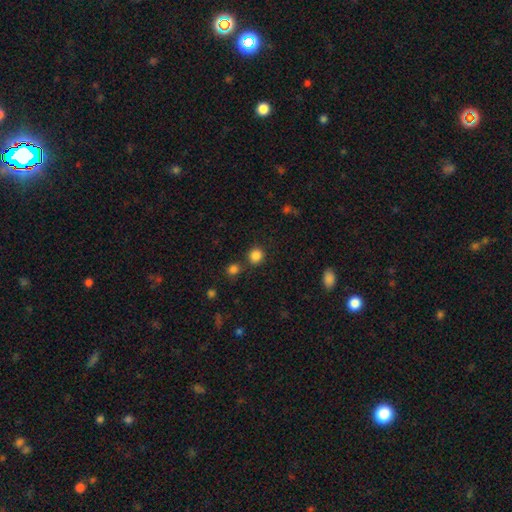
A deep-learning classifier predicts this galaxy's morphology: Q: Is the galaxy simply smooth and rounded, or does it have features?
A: smooth — 84%.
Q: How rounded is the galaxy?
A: round — 87%.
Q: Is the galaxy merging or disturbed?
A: none — 78%.